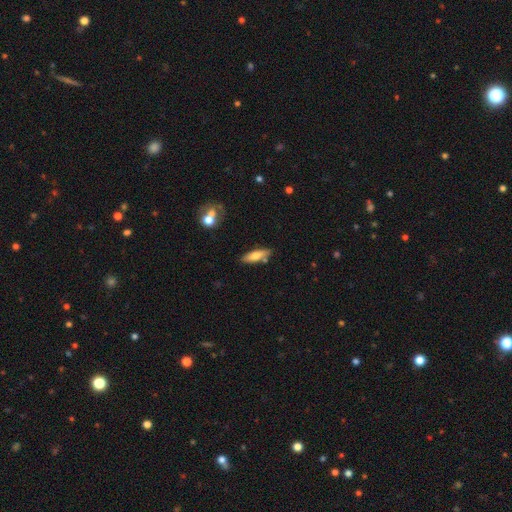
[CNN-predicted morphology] Smooth or featured? Predicted: smooth (p=0.71). How rounded? Predicted: in between (p=0.49, tied with cigar-shaped). Merging? Predicted: none (p=0.75).